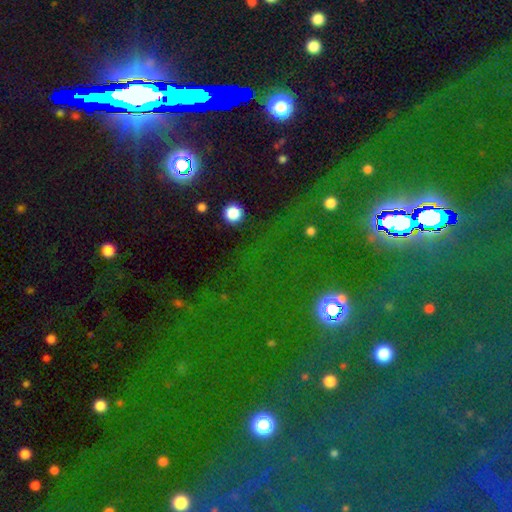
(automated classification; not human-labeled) Smooth or featured? Predicted: star or artifact (p=0.75).